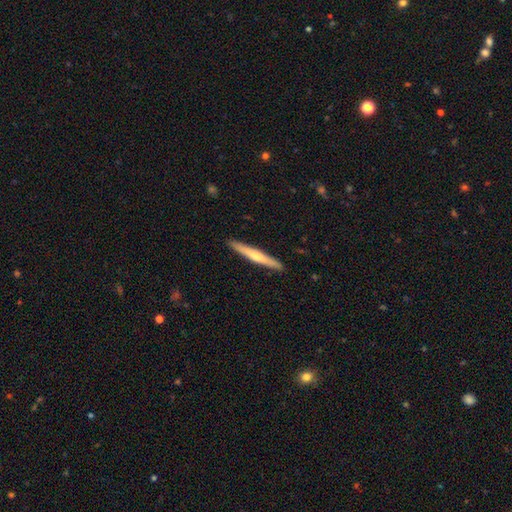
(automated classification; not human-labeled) smooth-or-featured: featured or disk: 48% | smooth: 47% | star or artifact: 5%
  merging: none: 92% | minor disturbance: 6% | major disturbance: 1% | merger: 1%